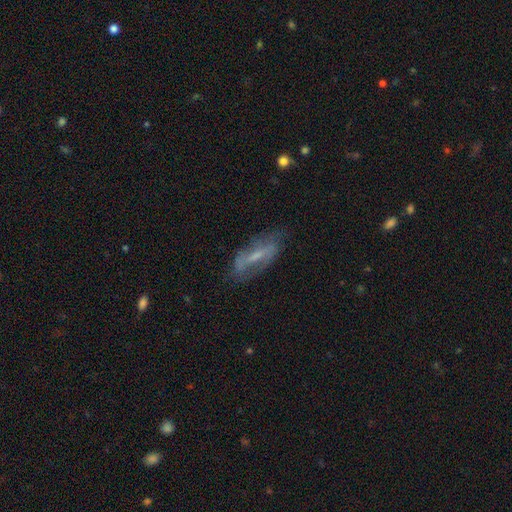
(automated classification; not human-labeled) featured or disk 62%, smooth 29%, star or artifact 9%. Down the decision tree: edge-on disk — no (82%); bar — weak (39%); spiral arms — yes (65%); bulge size — small (46%); merging — none (65%).